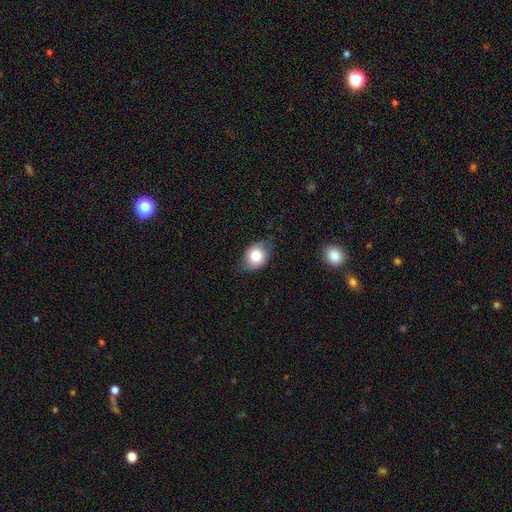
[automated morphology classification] Q: Smooth or featured?
A: smooth (78%); runner-up: featured or disk (13%)
Q: How rounded?
A: in between (60%); runner-up: round (39%)
Q: Merging?
A: none (73%); runner-up: minor disturbance (21%)